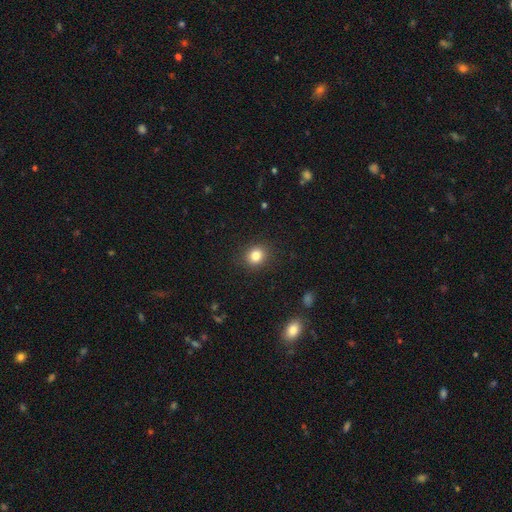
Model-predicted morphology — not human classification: type=smooth (84%); roundness=round (78%); merging=none (89%).